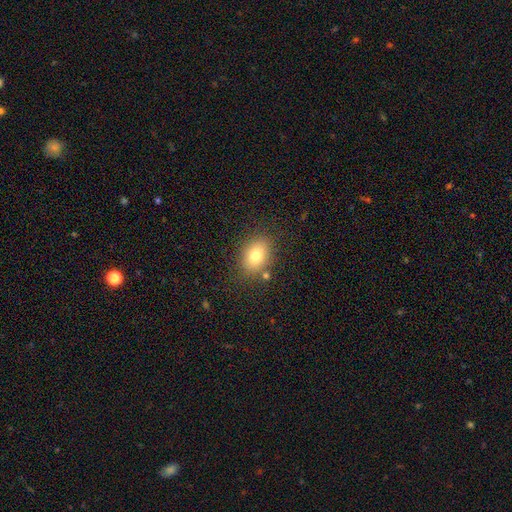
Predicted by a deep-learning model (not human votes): smooth-or-featured: smooth: 76% | featured or disk: 12% | star or artifact: 11%
  how-rounded: in between: 66% | round: 33% | cigar-shaped: 1%
  merging: none: 81% | minor disturbance: 11% | merger: 4% | major disturbance: 4%